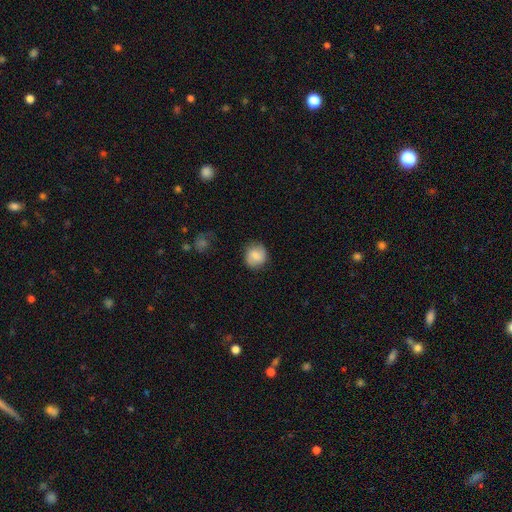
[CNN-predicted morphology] smooth_or_featured: smooth (p=0.70) [alt: featured or disk p=0.22]
how_rounded: round (p=0.84) [alt: in between p=0.15]
merging: none (p=0.82) [alt: minor disturbance p=0.13]